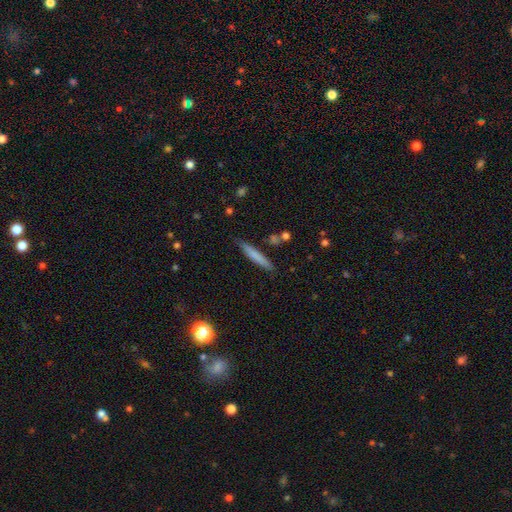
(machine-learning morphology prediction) smooth_or_featured: smooth (p=0.72) [alt: featured or disk p=0.21]
how_rounded: cigar-shaped (p=0.94) [alt: in between p=0.05]
merging: none (p=0.85) [alt: minor disturbance p=0.10]